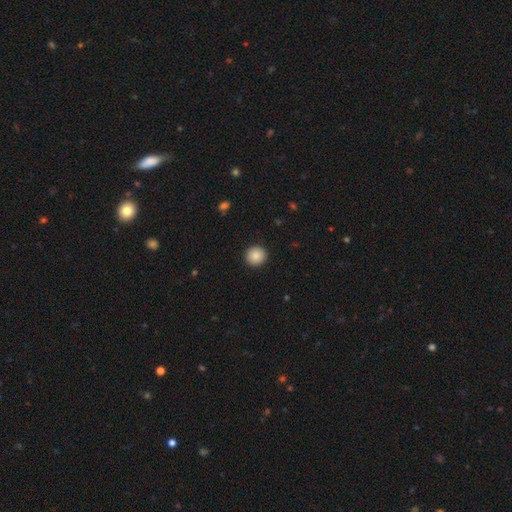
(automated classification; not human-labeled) Smooth or featured? smooth (88%)
How rounded? round (93%)
Merging? none (93%)